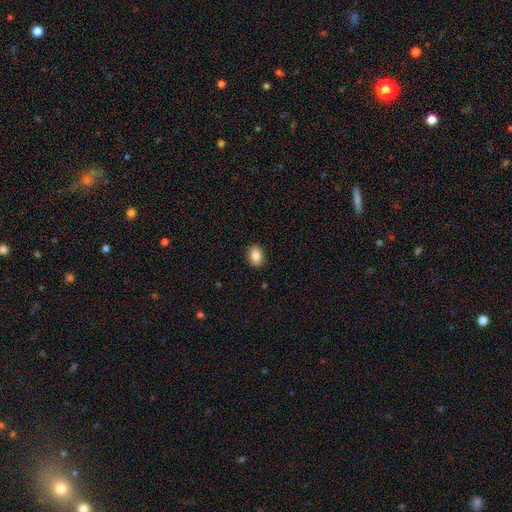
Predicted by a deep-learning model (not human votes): A smooth galaxy with no disk features (86%) that is in between round and cigar-shaped (77%). Merging: none (89%).